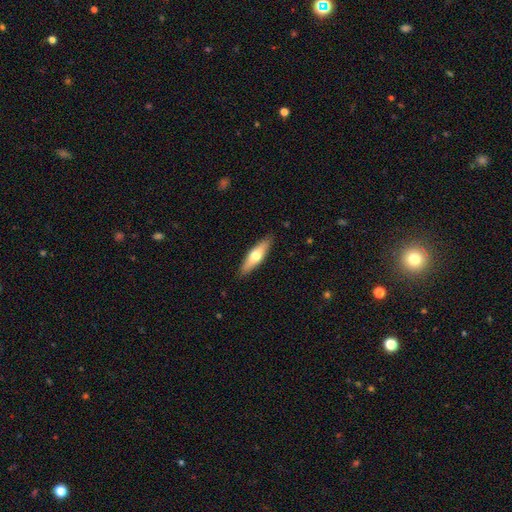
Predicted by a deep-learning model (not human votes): Smooth or featured: smooth — 56% (featured or disk — 38%)
How rounded: cigar-shaped — 58% (in between — 40%)
Merging: none — 88% (minor disturbance — 9%)